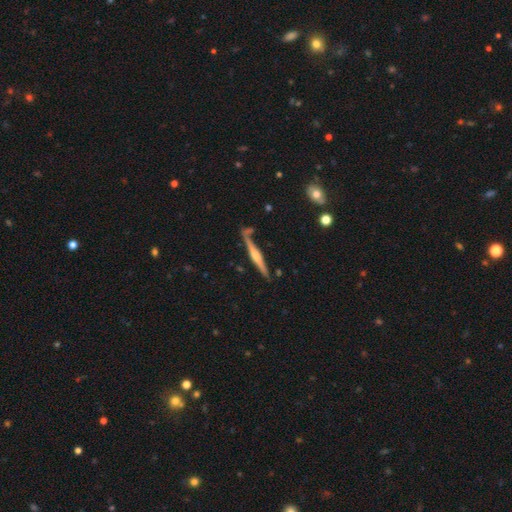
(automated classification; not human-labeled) Q: Smooth or featured?
A: featured or disk (68%); runner-up: smooth (27%)
Q: Edge-on disk?
A: yes (97%); runner-up: no (3%)
Q: Edge-on bulge?
A: rounded (67%); runner-up: boxy (18%)
Q: Merging?
A: none (75%); runner-up: minor disturbance (15%)